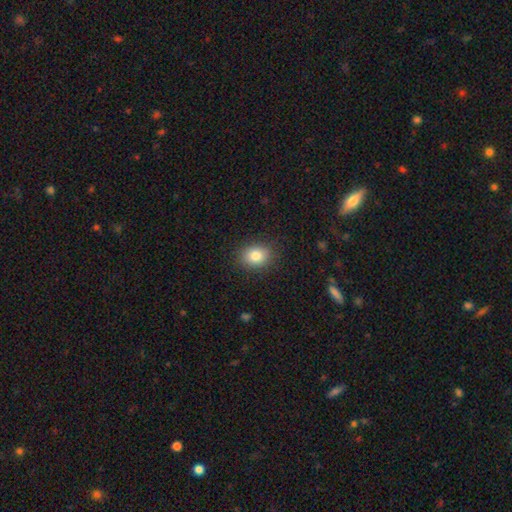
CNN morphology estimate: The model was most divided on "how rounded": in between: 55%, round: 44%, cigar-shaped: 1%. More confident: merging — none (87%); smooth or featured — smooth (84%).